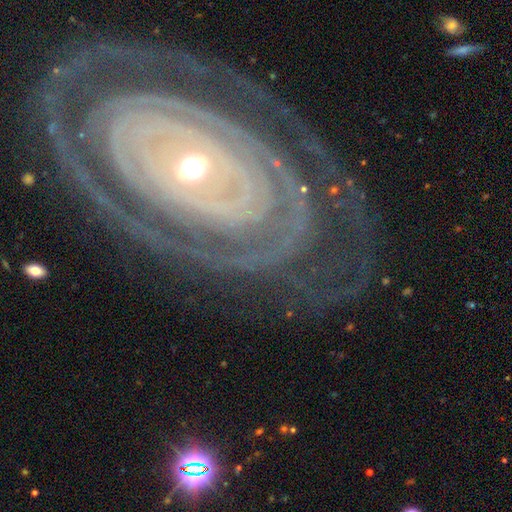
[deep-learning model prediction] This appears to be a featured or disk galaxy (87%) with no bar (75%), tight (86%) spiral arms (87%) and a small central bulge (48%). Merging: none (76%).